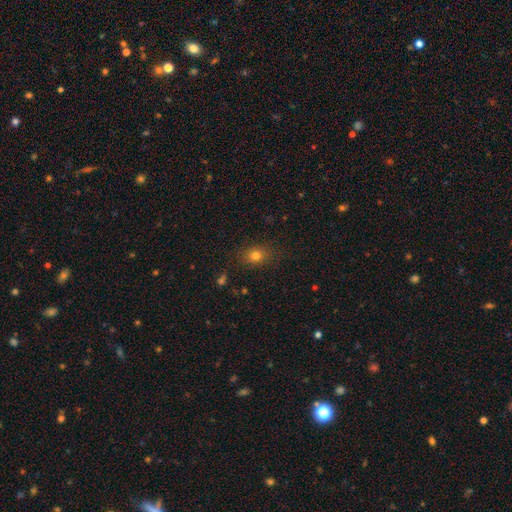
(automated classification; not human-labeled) Overall: smooth (77%). How rounded: round (54%; in between 44%). Merging: none (83%).